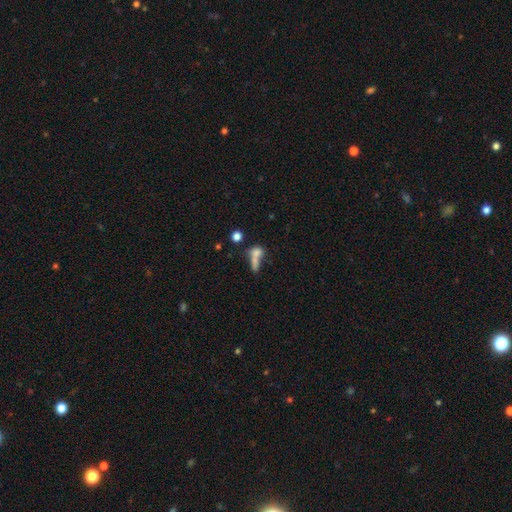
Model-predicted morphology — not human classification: Smooth or featured? Predicted: smooth (p=0.68). How rounded? Predicted: in between (p=0.44). Merging? Predicted: merger (p=0.48).